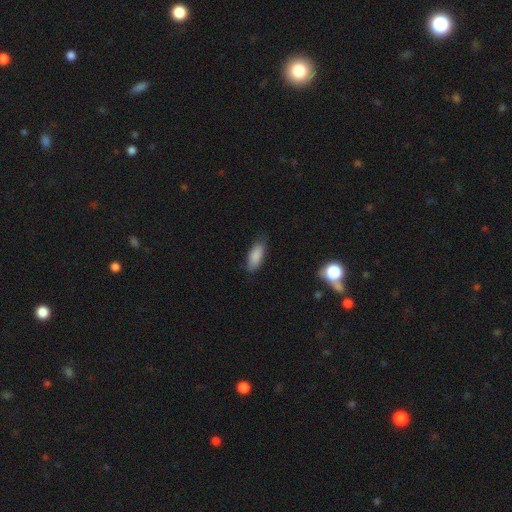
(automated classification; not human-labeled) A smooth galaxy with no disk features (87%) that is in between round and cigar-shaped (78%).

Vote fractions:
- Smooth or featured? smooth: 87% / star or artifact: 7% / featured or disk: 6%
- How rounded? in between: 78% / cigar-shaped: 20% / round: 2%
- Merging? none: 77% / minor disturbance: 18% / major disturbance: 3% / merger: 1%